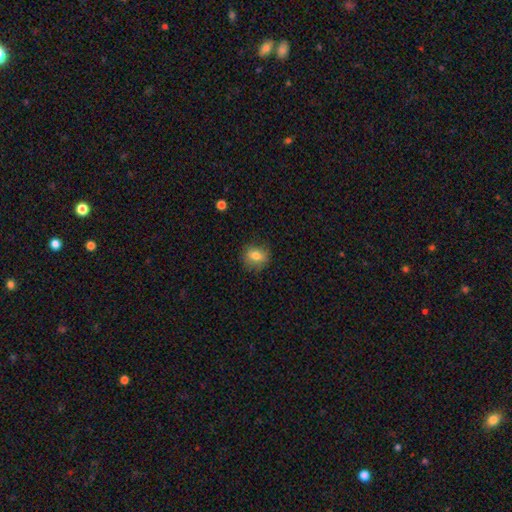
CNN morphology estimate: type=smooth (77%); roundness=round (66%); merging=none (82%).